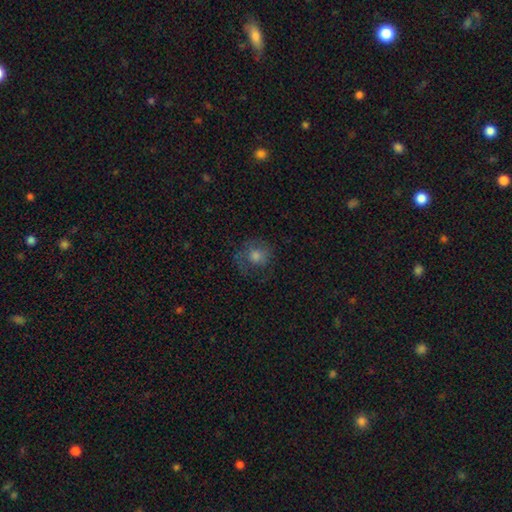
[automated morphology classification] A smooth galaxy with no disk features (58%) that is round (80%).

Vote fractions:
- Smooth or featured? smooth: 58% / featured or disk: 26% / star or artifact: 15%
- How rounded? round: 80% / in between: 19% / cigar-shaped: 1%
- Merging? none: 64% / minor disturbance: 19% / major disturbance: 16% / merger: 1%